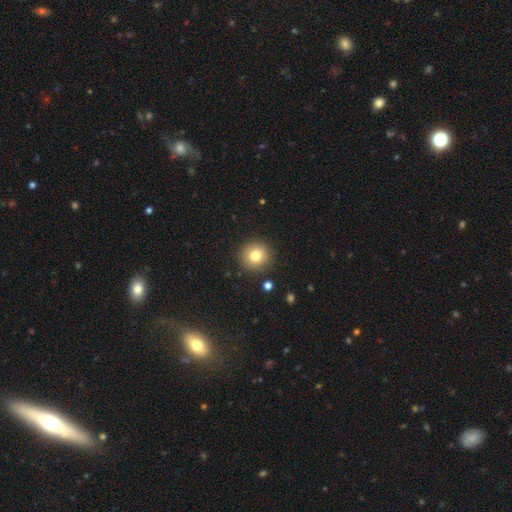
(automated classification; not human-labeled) smooth_or_featured: smooth (p=0.79) [alt: star or artifact p=0.11]
how_rounded: round (p=0.94) [alt: in between p=0.05]
merging: none (p=0.90) [alt: minor disturbance p=0.06]